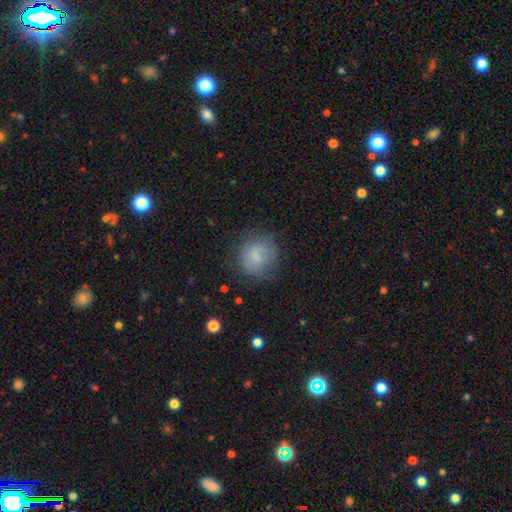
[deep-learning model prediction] smooth-or-featured: smooth: 72% | featured or disk: 19% | star or artifact: 9%
  how-rounded: round: 81% | in between: 18% | cigar-shaped: 1%
  merging: none: 70% | minor disturbance: 20% | major disturbance: 9% | merger: 2%